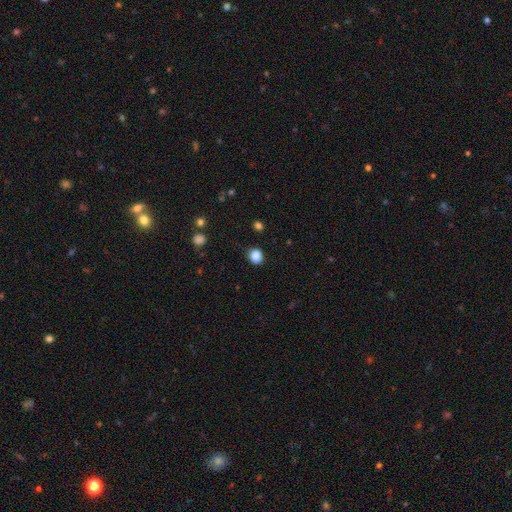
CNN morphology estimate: Smooth or featured? smooth (86%)
How rounded? round (69%)
Merging? none (86%)